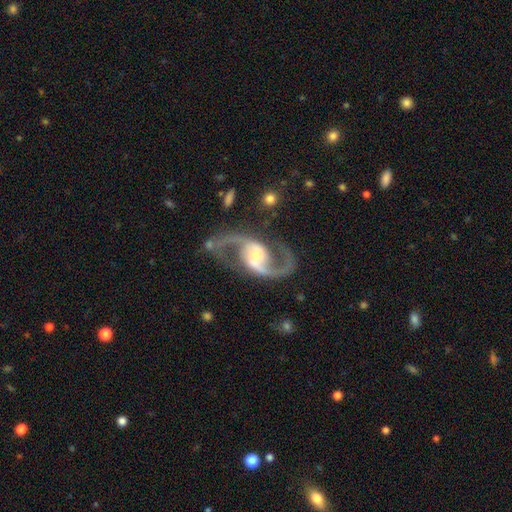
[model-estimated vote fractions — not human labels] smooth-or-featured: featured or disk: 93% | star or artifact: 4% | smooth: 3%
  disk-edge-on: no: 98% | yes: 2%
    bar: weak: 40% | strong: 32% | no: 28%
    has-spiral-arms: yes: 98% | no: 2%
      spiral-winding: medium: 48% | loose: 44% | tight: 8%
      spiral-arm-count: 2: 94% | 1: 1% | can't tell: 1% | 3: 1% | 4: 1% | more than 4: 1%
    bulge-size: moderate: 54% | small: 34% | large: 9% | none: 2% | dominant: 1%
  merging: none: 78% | minor disturbance: 12% | major disturbance: 8% | merger: 2%